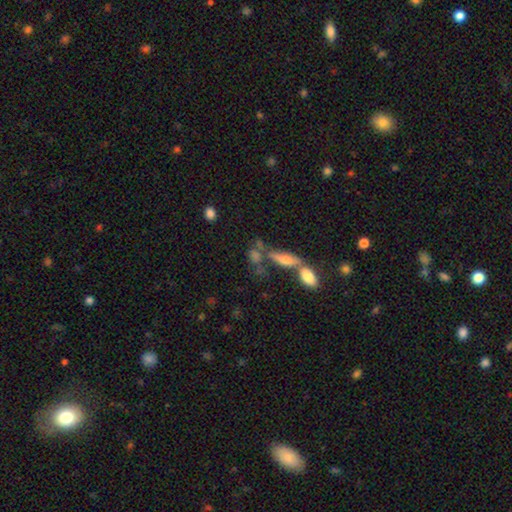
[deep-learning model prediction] smooth_or_featured: smooth (p=0.62) [alt: featured or disk p=0.23]
how_rounded: in between (p=0.52) [alt: cigar-shaped p=0.40]
merging: none (p=0.40) [alt: merger p=0.39]